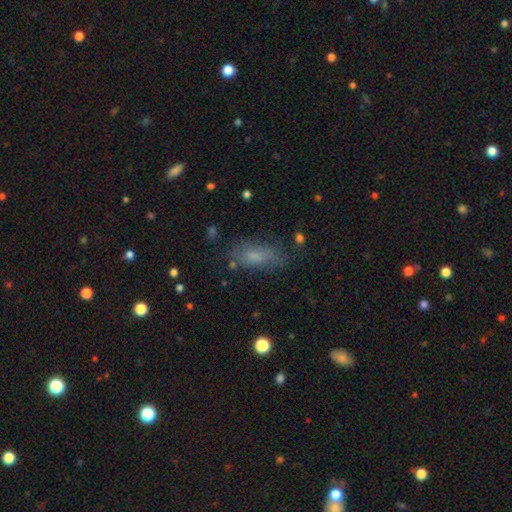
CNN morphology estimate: smooth-or-featured: smooth: 72% | featured or disk: 16% | star or artifact: 12%
  how-rounded: in between: 75% | cigar-shaped: 21% | round: 4%
  merging: none: 64% | minor disturbance: 22% | major disturbance: 11% | merger: 4%